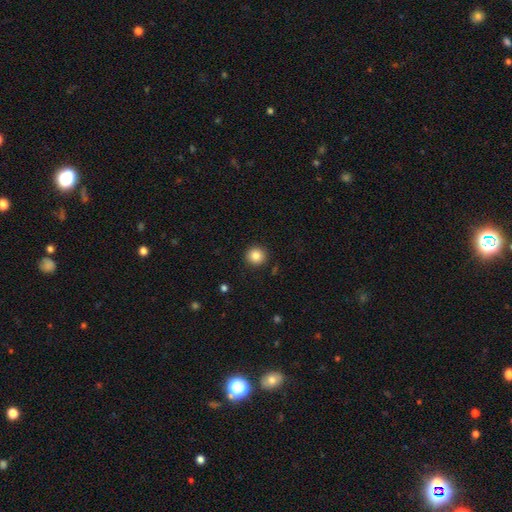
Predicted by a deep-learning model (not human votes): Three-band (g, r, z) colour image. It shows a smooth galaxy with no disk features (86%) that is round (93%). Merging: none (91%).